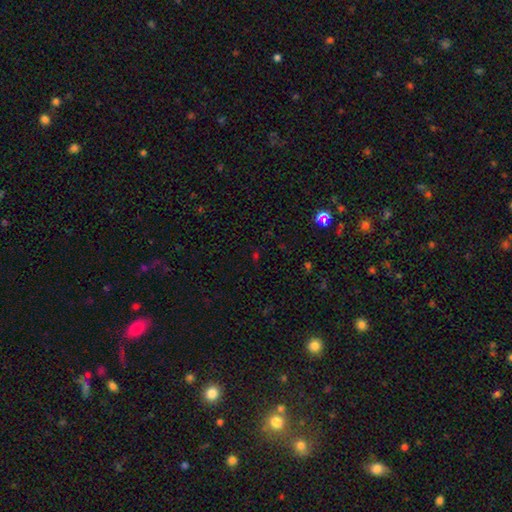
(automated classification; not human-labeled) Smooth or featured? star or artifact (60%)